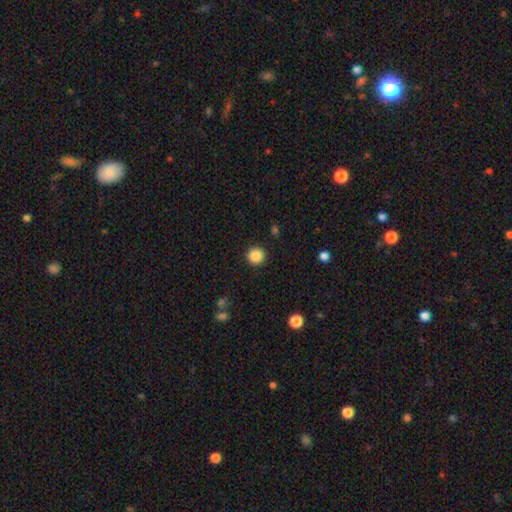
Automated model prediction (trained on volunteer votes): smooth-or-featured: smooth: 87% | star or artifact: 10% | featured or disk: 3%
  how-rounded: round: 95% | in between: 4% | cigar-shaped: 1%
  merging: none: 92% | minor disturbance: 5% | major disturbance: 2% | merger: 1%